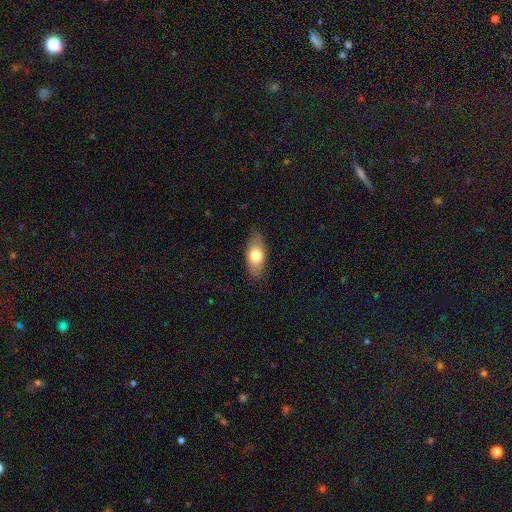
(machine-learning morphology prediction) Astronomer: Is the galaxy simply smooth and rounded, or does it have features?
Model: smooth — 73%.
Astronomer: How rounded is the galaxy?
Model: in between — 84%.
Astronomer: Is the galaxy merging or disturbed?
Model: none — 84%.